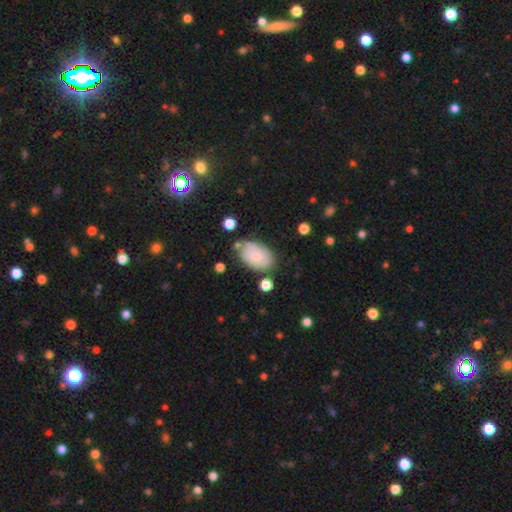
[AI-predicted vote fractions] Smooth or featured? smooth (61%)
How rounded? in between (89%)
Merging? none (57%)